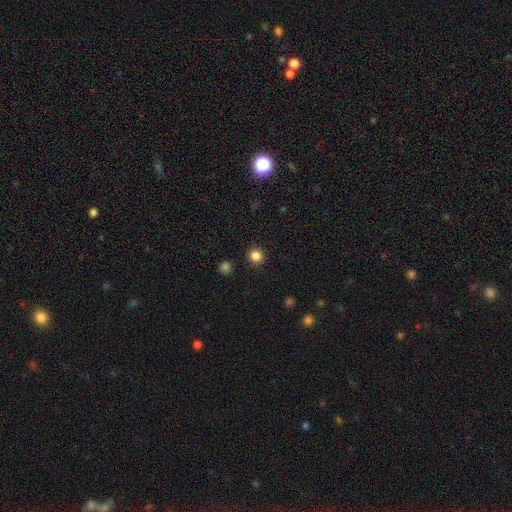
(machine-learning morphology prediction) Smooth or featured?
  - smooth: 84% *
  - star or artifact: 12%
  - featured or disk: 4%
How rounded?
  - round: 93% *
  - in between: 6%
  - cigar-shaped: 1%
Merging?
  - none: 92% *
  - minor disturbance: 5%
  - major disturbance: 2%
  - merger: 1%